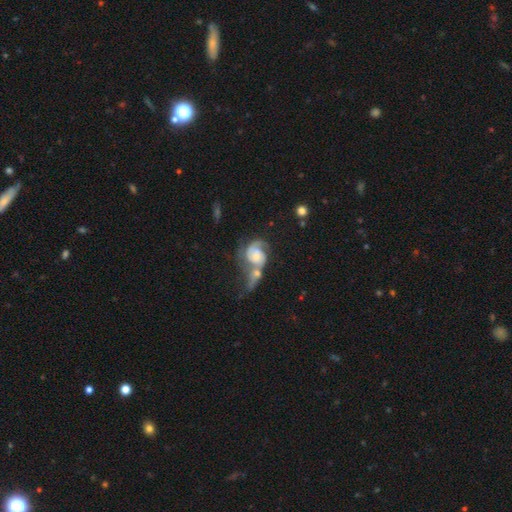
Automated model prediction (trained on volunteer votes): smooth_or_featured: featured or disk (p=0.76) [alt: smooth p=0.18]
disk_edge_on: no (p=0.97) [alt: yes p=0.03]
bar: no (p=0.68) [alt: weak p=0.26]
has_spiral_arms: yes (p=0.92) [alt: no p=0.08]
spiral_winding: medium (p=0.42) [alt: tight p=0.35]
spiral_arm_count: 2 (p=0.66) [alt: 1 p=0.19]
bulge_size: moderate (p=0.38) [alt: small p=0.36]
merging: merger (p=0.52) [alt: none p=0.20]